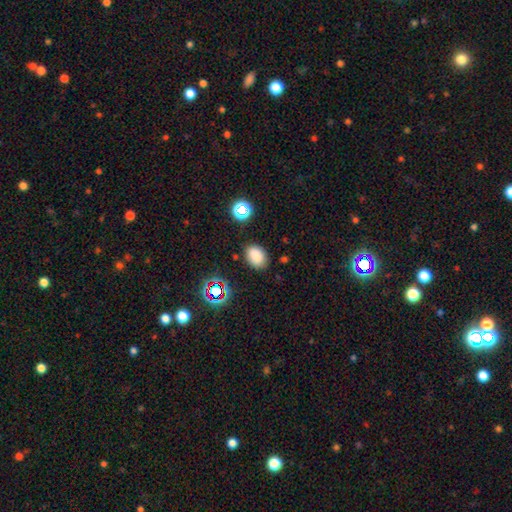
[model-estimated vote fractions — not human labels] Smooth or featured? Predicted: smooth (p=0.80). How rounded? Predicted: in between (p=0.80). Merging? Predicted: none (p=0.82).